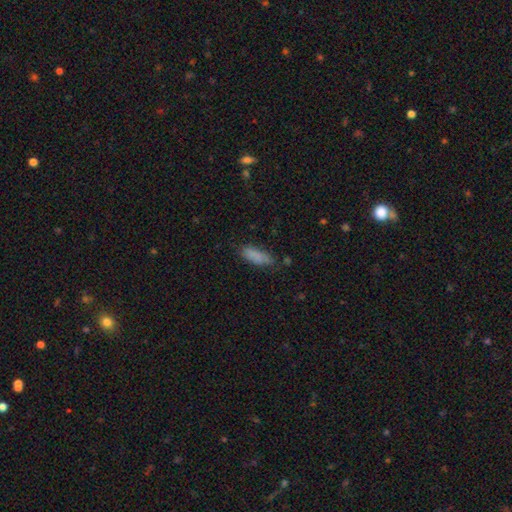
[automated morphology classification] smooth 85%, star or artifact 8%, featured or disk 7%. Down the decision tree: how rounded — in between (61%); merging — none (68%).